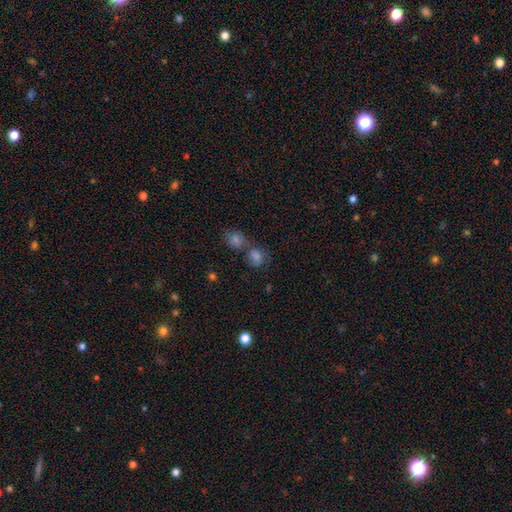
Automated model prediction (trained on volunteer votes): A smooth galaxy with no disk features (63%) that is round (60%).

Vote fractions:
- Smooth or featured? smooth: 63% / star or artifact: 22% / featured or disk: 15%
- How rounded? round: 60% / in between: 38% / cigar-shaped: 2%
- Merging? none: 45% / merger: 39% / minor disturbance: 11% / major disturbance: 5%